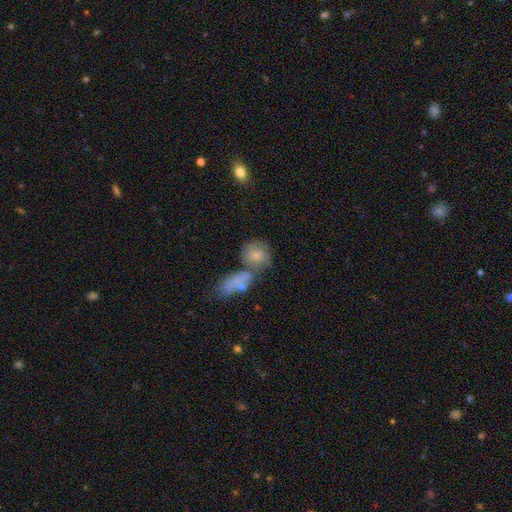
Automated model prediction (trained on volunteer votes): The model was most divided on "merging": none: 45%, merger: 35%, minor disturbance: 14%, major disturbance: 7%. More confident: how rounded — round (73%); smooth or featured — smooth (64%).